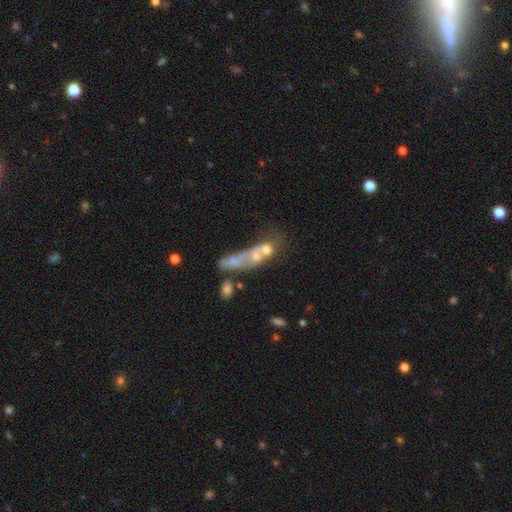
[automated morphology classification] smooth-or-featured: smooth: 47% | featured or disk: 40% | star or artifact: 13%
  merging: merger: 62% | major disturbance: 15% | none: 15% | minor disturbance: 8%